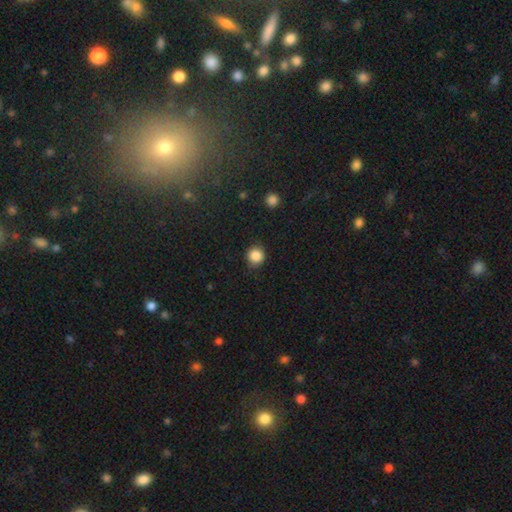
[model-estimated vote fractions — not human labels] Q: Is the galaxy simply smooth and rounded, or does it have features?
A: smooth — 87%.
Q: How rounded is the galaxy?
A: round — 90%.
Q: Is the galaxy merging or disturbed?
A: none — 86%.